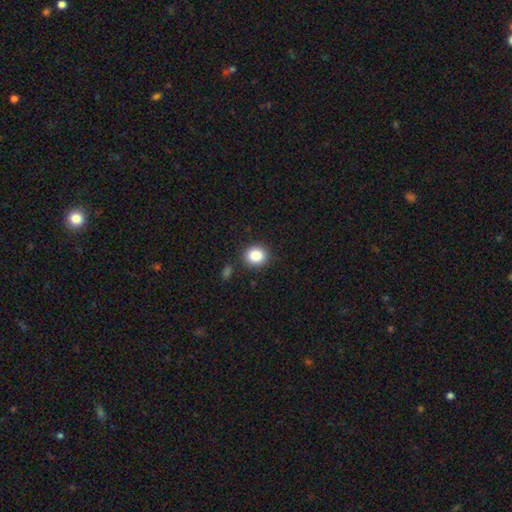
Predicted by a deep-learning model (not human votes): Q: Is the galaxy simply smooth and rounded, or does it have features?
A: smooth — 86%.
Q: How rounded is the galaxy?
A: round — 79%.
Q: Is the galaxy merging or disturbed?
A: none — 86%.